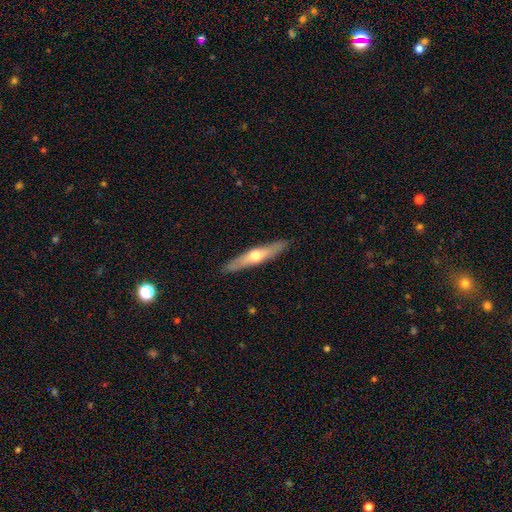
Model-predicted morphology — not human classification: type=featured or disk (54%); edge-on=yes (91%); merging=none (90%).